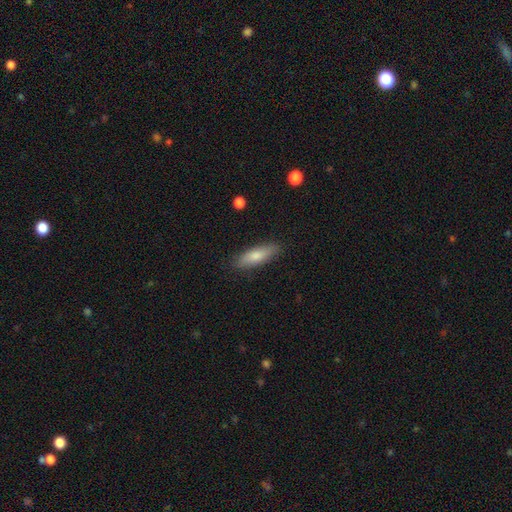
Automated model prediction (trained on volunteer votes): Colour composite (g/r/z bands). It shows a smooth galaxy with no disk features (75%) that is cigar-shaped (56%). Merging: none (86%).